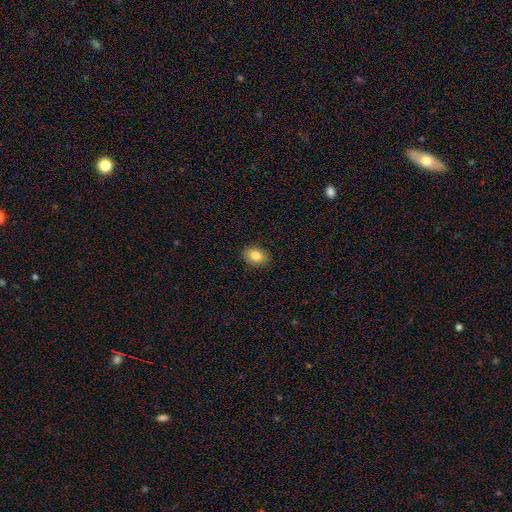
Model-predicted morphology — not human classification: Q: Smooth or featured?
A: smooth (83%); runner-up: featured or disk (9%)
Q: How rounded?
A: in between (76%); runner-up: round (23%)
Q: Merging?
A: none (88%); runner-up: minor disturbance (9%)